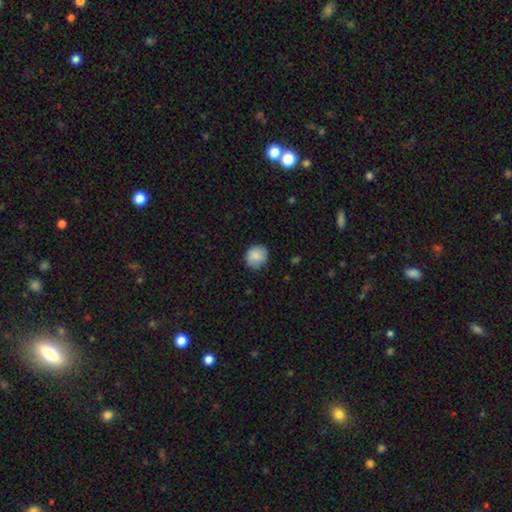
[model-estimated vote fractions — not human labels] Smooth or featured? smooth (84%)
How rounded? round (84%)
Merging? none (80%)